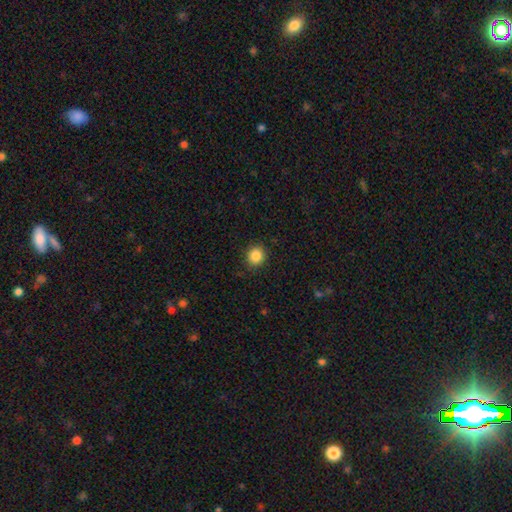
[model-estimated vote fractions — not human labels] This is clearly a smooth galaxy (86%). How rounded: clearly round (86%). Merging: clearly none (90%).